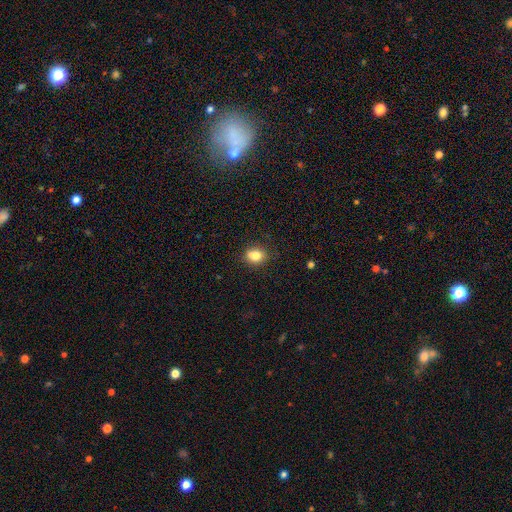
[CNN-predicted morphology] Q: Smooth or featured?
A: smooth (81%); runner-up: star or artifact (11%)
Q: How rounded?
A: round (52%); runner-up: in between (47%)
Q: Merging?
A: none (80%); runner-up: minor disturbance (14%)